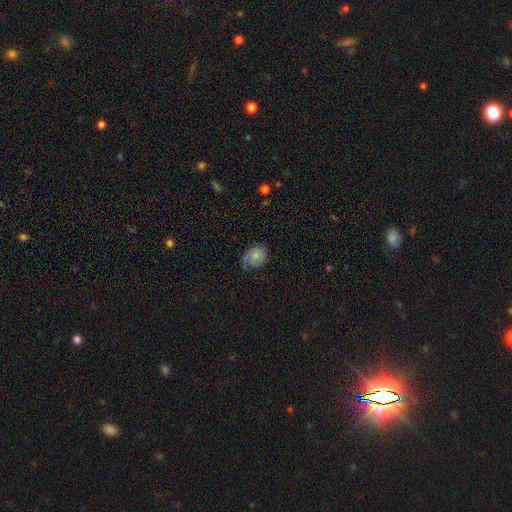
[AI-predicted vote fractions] A smooth galaxy with no disk features (54%) that is round (58%).

Vote fractions:
- Smooth or featured? smooth: 54% / featured or disk: 37% / star or artifact: 9%
- How rounded? round: 58% / in between: 41% / cigar-shaped: 1%
- Merging? none: 51% / minor disturbance: 32% / major disturbance: 15% / merger: 2%